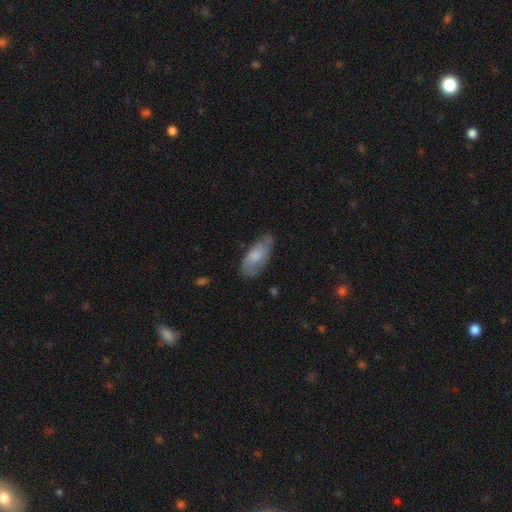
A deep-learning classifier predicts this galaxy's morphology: Smooth or featured? smooth (61%)
How rounded? in between (85%)
Merging? none (59%)